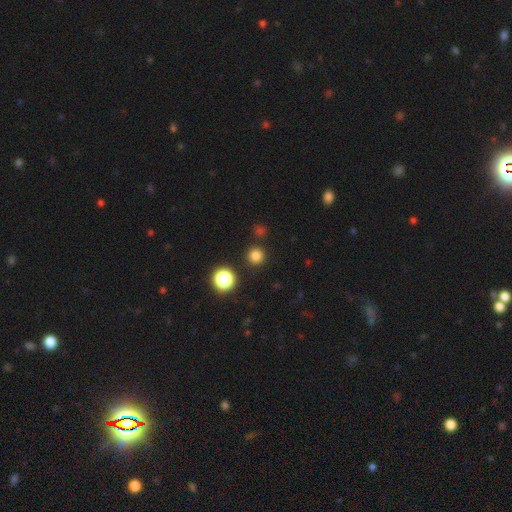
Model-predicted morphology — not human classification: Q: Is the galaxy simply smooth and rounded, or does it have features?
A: smooth — 78%.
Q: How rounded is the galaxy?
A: round — 95%.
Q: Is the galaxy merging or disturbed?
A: none — 89%.